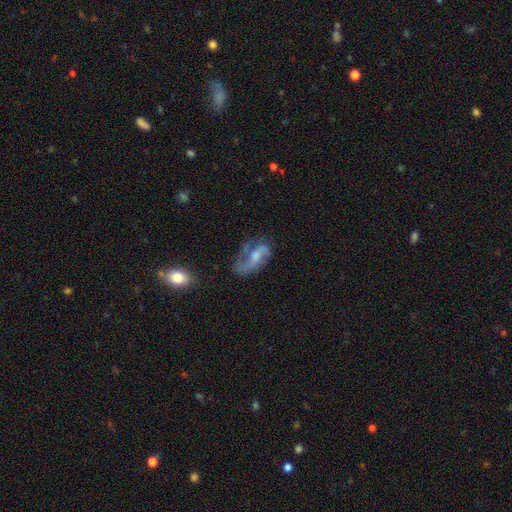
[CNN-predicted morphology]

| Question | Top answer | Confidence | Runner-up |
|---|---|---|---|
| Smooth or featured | featured or disk | 74% | smooth (17%) |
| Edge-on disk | no | 94% | yes (6%) |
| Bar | no | 45% | weak (40%) |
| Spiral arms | yes | 88% | no (12%) |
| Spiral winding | loose | 54% | medium (35%) |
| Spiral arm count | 2 | 76% | 1 (11%) |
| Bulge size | small | 42% | moderate (41%) |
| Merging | none | 51% | minor disturbance (23%) |